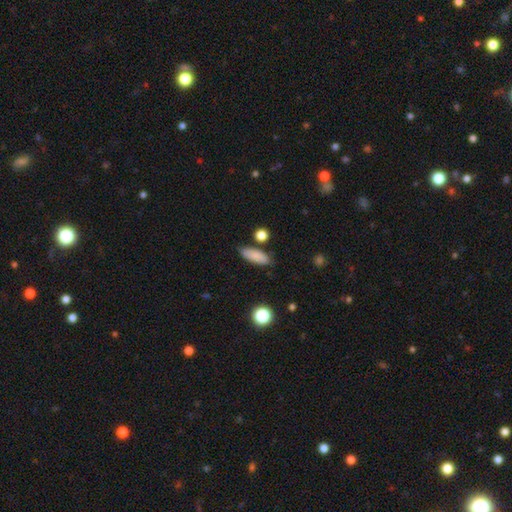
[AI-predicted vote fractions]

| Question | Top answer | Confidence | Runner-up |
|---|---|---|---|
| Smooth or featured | smooth | 84% | featured or disk (8%) |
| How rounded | in between | 68% | cigar-shaped (29%) |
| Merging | none | 78% | minor disturbance (14%) |